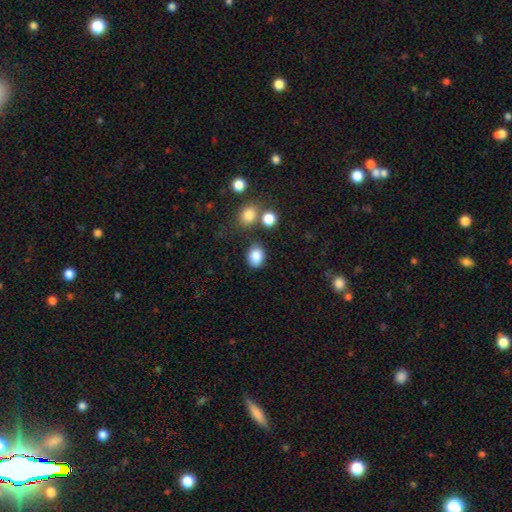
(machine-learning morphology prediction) A smooth galaxy with no disk features (86%) that is in between round and cigar-shaped (58%).

Vote fractions:
- Smooth or featured? smooth: 86% / star or artifact: 9% / featured or disk: 5%
- How rounded? in between: 58% / round: 40% / cigar-shaped: 1%
- Merging? none: 78% / minor disturbance: 12% / merger: 6% / major disturbance: 4%